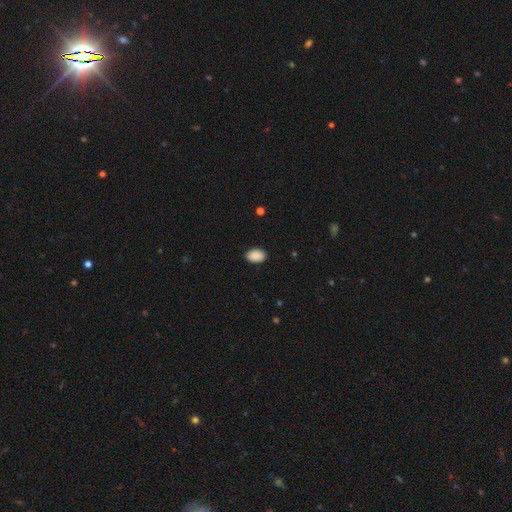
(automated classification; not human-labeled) A smooth galaxy with no disk features (89%) that is in between round and cigar-shaped (89%). Merging: none (88%).